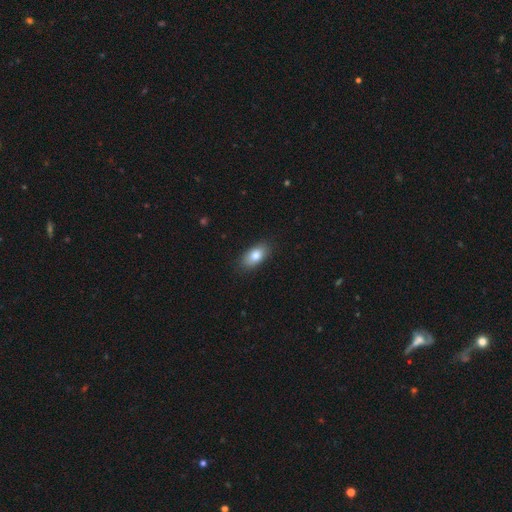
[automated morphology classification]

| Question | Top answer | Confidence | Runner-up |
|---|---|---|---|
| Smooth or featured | smooth | 82% | featured or disk (11%) |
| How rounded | in between | 90% | round (5%) |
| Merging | none | 85% | minor disturbance (11%) |